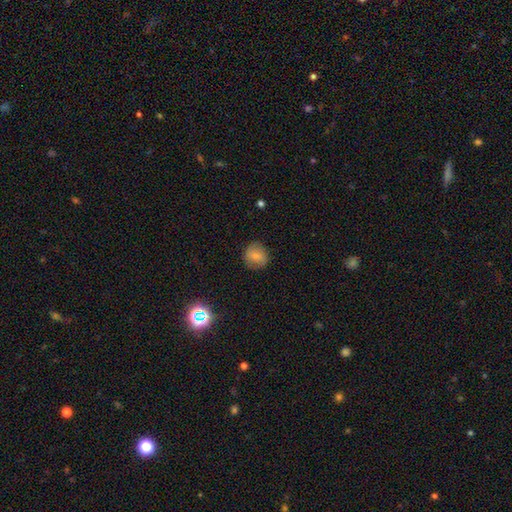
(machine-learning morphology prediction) Smooth or featured: smooth — 75% (featured or disk — 15%)
How rounded: round — 87% (in between — 12%)
Merging: none — 82% (minor disturbance — 13%)